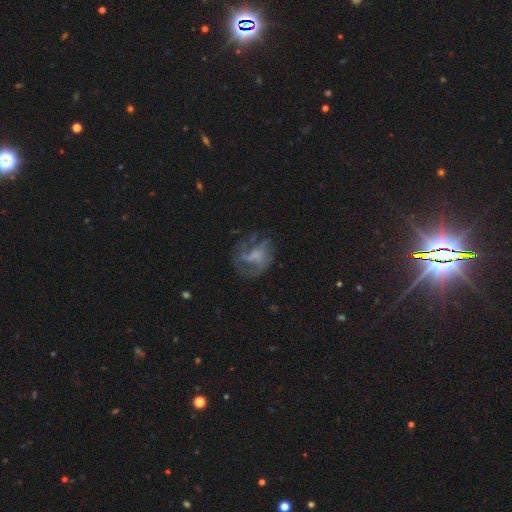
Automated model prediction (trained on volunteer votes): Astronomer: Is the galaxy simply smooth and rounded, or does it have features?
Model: featured or disk — 60%.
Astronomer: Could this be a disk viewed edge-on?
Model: no — 98%.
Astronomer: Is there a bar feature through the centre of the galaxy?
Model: no — 63%.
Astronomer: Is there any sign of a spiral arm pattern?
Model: yes — 62% (runner-up: no, 38%).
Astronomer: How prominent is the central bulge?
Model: none — 51%.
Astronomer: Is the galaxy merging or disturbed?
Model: none — 49% (runner-up: major disturbance, 30%).